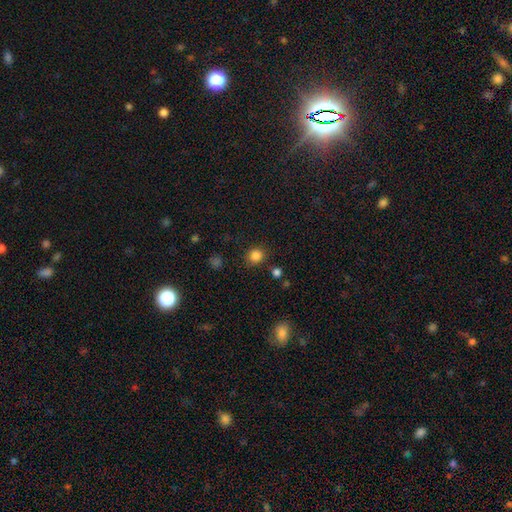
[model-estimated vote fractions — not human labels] Smooth or featured?
  - smooth: 84% *
  - star or artifact: 13%
  - featured or disk: 4%
How rounded?
  - round: 86% *
  - in between: 13%
  - cigar-shaped: 1%
Merging?
  - none: 85% *
  - minor disturbance: 9%
  - merger: 3%
  - major disturbance: 3%